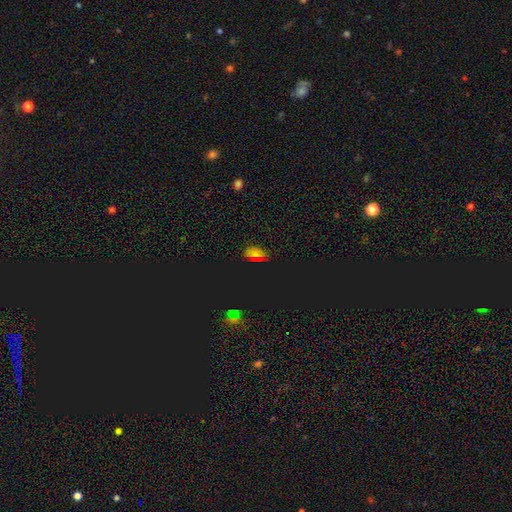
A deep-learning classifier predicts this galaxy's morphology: A star or artifact, not a galaxy (48%).

Vote fractions:
- Smooth or featured? star or artifact: 48% / smooth: 44% / featured or disk: 8%